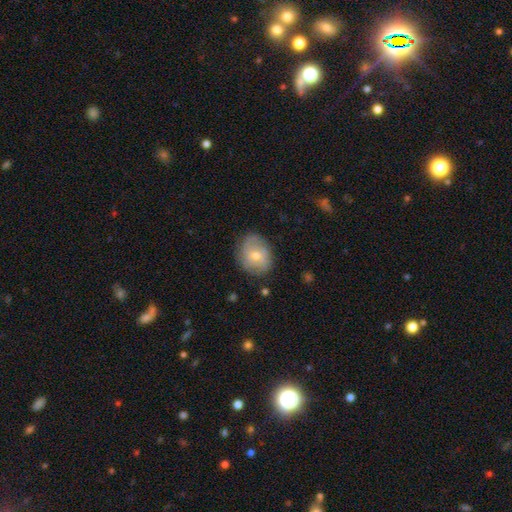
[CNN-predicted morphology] This is possibly a featured or disk galaxy (46%, tied with smooth). Merging: likely none (75%).